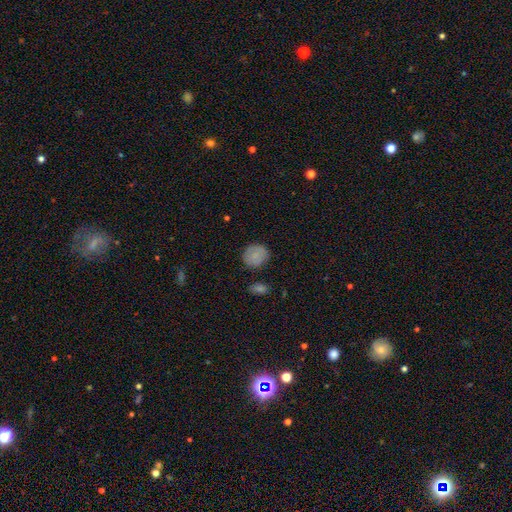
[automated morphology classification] Overall: smooth (81%). How rounded: round (82%). Merging: none (78%).